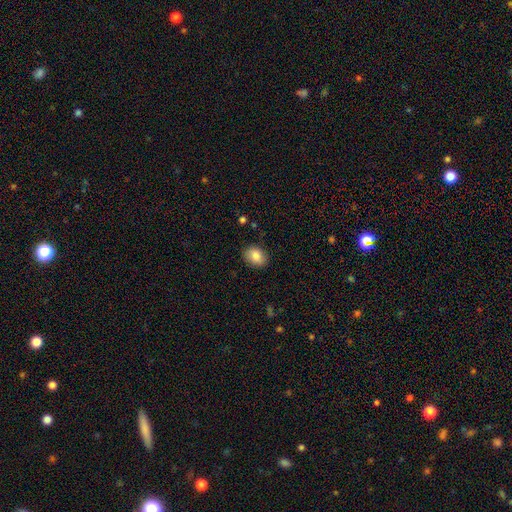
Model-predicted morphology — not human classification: This is clearly a smooth galaxy (85%). How rounded: likely in between (61%). Merging: clearly none (87%).